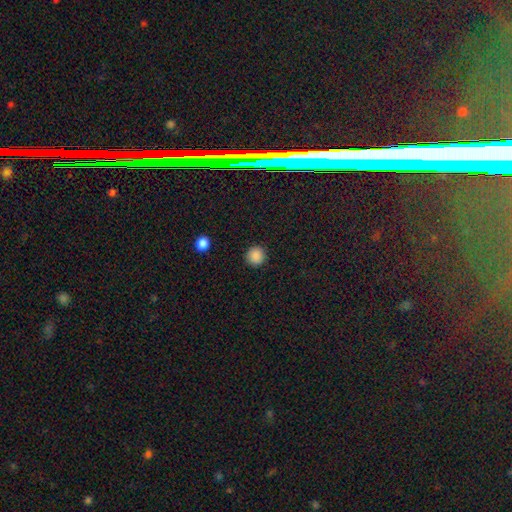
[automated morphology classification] smooth-or-featured: smooth: 88% | star or artifact: 10% | featured or disk: 2%
  how-rounded: round: 95% | in between: 4% | cigar-shaped: 1%
  merging: none: 92% | minor disturbance: 5% | major disturbance: 2% | merger: 1%